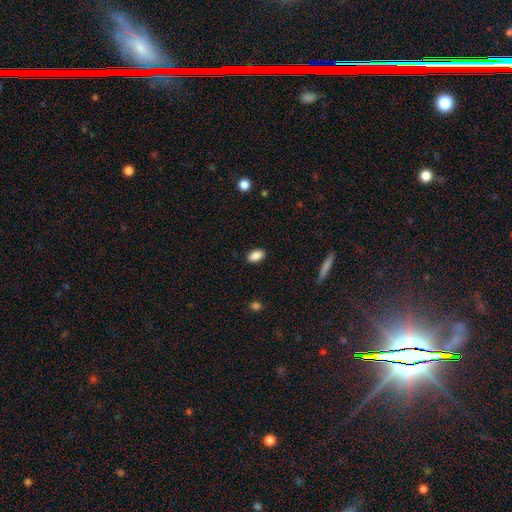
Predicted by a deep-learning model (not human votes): A smooth galaxy with no disk features (88%) that is in between round and cigar-shaped (90%). Merging: none (88%).